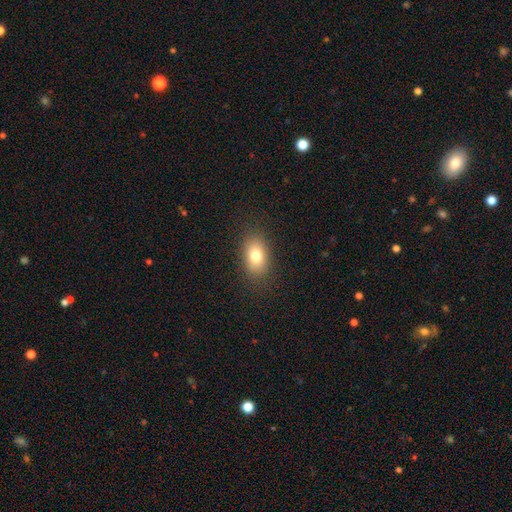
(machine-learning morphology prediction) Q: Smooth or featured?
A: smooth (78%); runner-up: featured or disk (12%)
Q: How rounded?
A: in between (84%); runner-up: round (14%)
Q: Merging?
A: none (86%); runner-up: minor disturbance (10%)